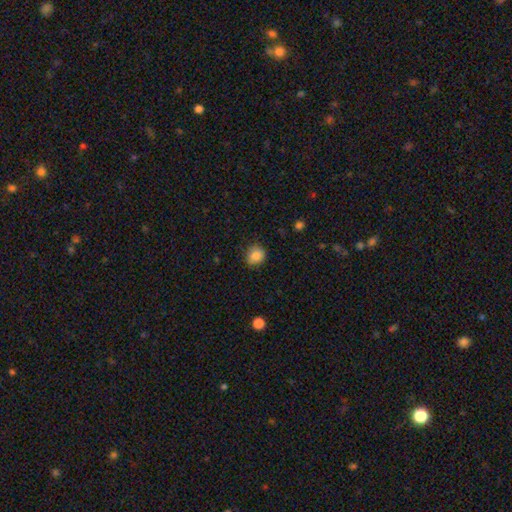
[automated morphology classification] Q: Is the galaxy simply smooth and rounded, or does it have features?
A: smooth — 85%.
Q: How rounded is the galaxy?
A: round — 78%.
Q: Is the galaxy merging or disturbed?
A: none — 84%.